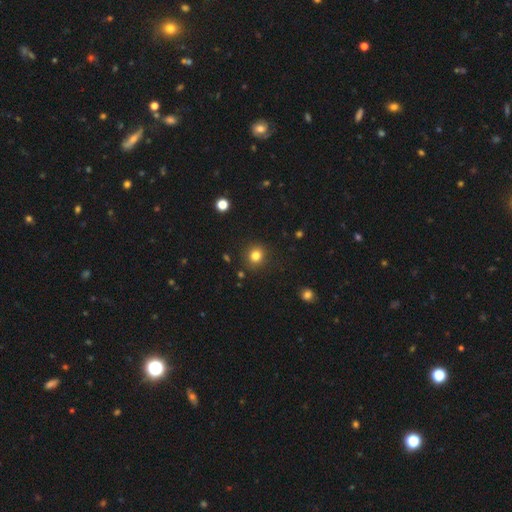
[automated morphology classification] A smooth galaxy with no disk features (82%) that is round (87%). Merging: none (89%).